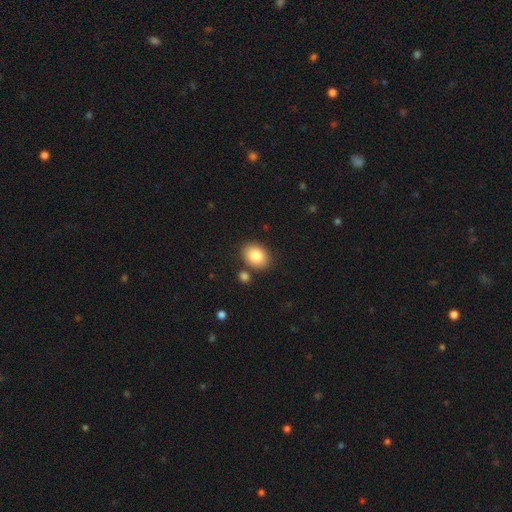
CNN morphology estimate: smooth-or-featured: smooth: 84% | star or artifact: 8% | featured or disk: 8%
  how-rounded: in between: 72% | round: 27% | cigar-shaped: 1%
  merging: none: 80% | minor disturbance: 10% | merger: 7% | major disturbance: 3%